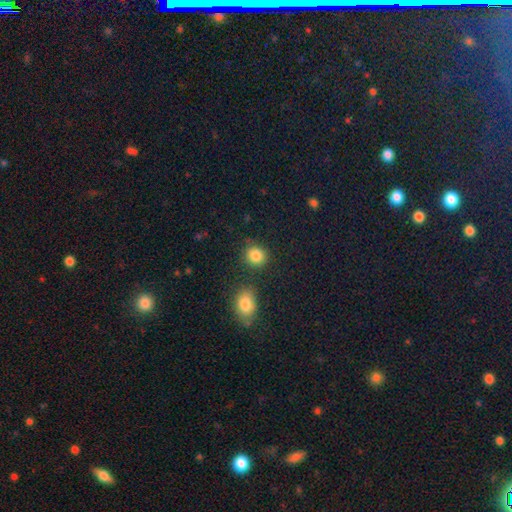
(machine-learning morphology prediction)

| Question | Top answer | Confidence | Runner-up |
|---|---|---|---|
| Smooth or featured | smooth | 85% | star or artifact (10%) |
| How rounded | round | 77% | in between (22%) |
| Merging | none | 80% | minor disturbance (10%) |